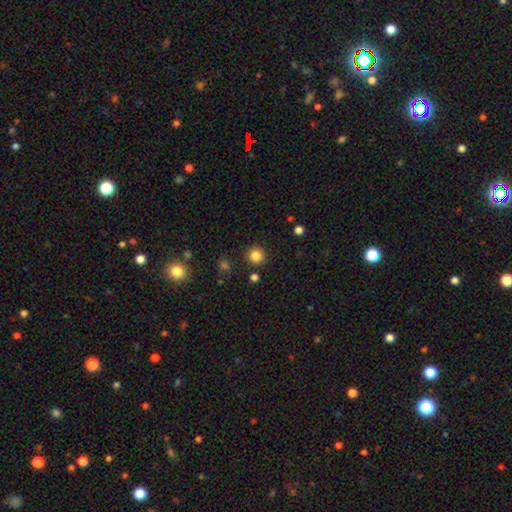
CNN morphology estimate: Smooth or featured: smooth — 84% (star or artifact — 12%)
How rounded: round — 94% (in between — 5%)
Merging: none — 90% (minor disturbance — 6%)